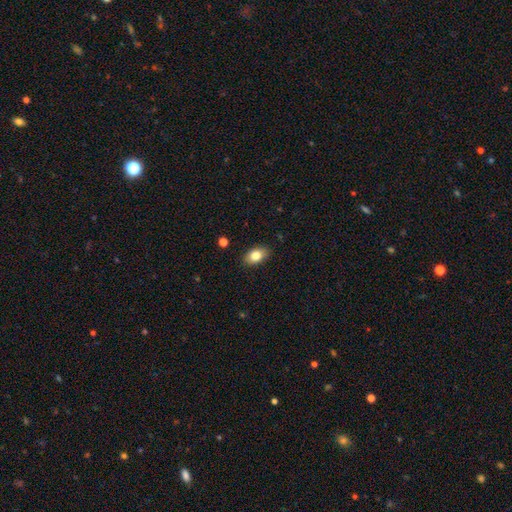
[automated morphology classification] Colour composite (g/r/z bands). It shows a smooth galaxy with no disk features (83%) that is in between round and cigar-shaped (88%). Merging: none (87%).